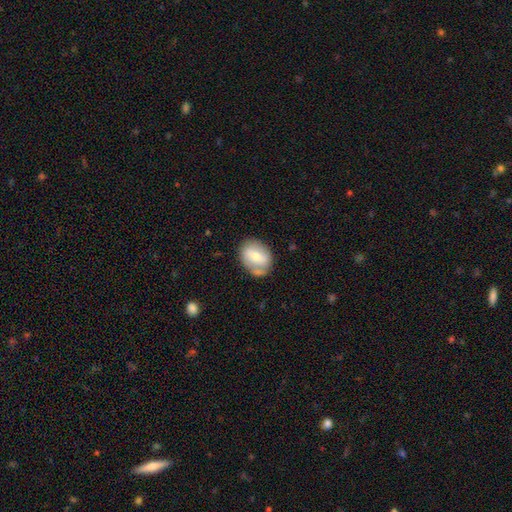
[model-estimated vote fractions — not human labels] Smooth or featured? smooth (59%)
How rounded? in between (64%)
Merging? none (62%)